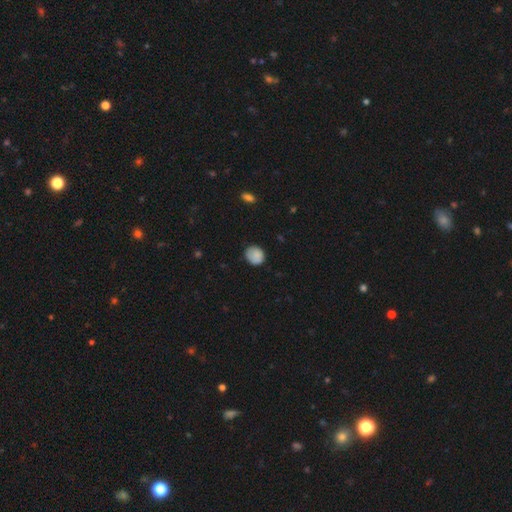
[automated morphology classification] Smooth or featured?
  - smooth: 85% *
  - star or artifact: 8%
  - featured or disk: 7%
How rounded?
  - round: 73% *
  - in between: 26%
  - cigar-shaped: 1%
Merging?
  - none: 76% *
  - minor disturbance: 20%
  - major disturbance: 4%
  - merger: 1%